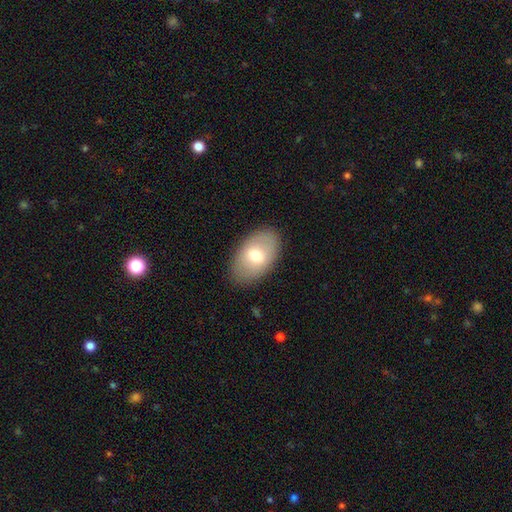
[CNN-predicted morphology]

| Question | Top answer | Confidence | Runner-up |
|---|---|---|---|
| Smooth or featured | smooth | 66% | featured or disk (27%) |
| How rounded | in between | 91% | round (8%) |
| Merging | none | 87% | minor disturbance (10%) |